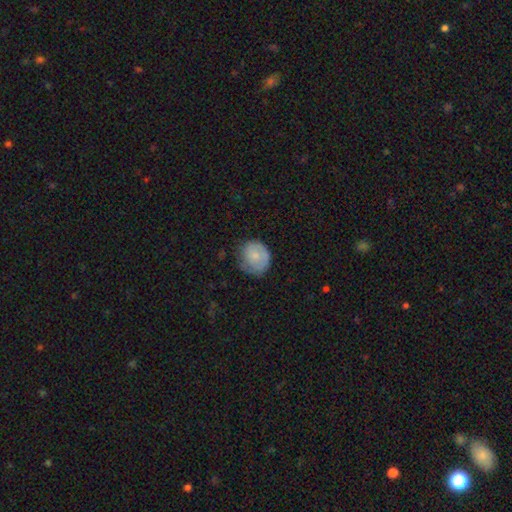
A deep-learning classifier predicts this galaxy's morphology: Q: Smooth or featured?
A: smooth (73%); runner-up: featured or disk (20%)
Q: How rounded?
A: round (82%); runner-up: in between (17%)
Q: Merging?
A: none (63%); runner-up: minor disturbance (27%)